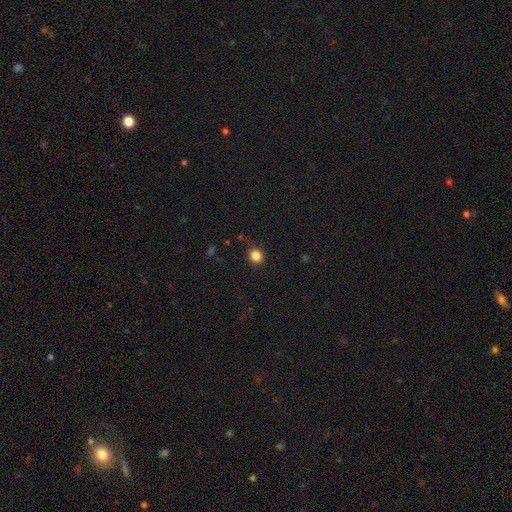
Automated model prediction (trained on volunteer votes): A smooth galaxy with no disk features (84%) that is round (79%). Merging: none (82%).